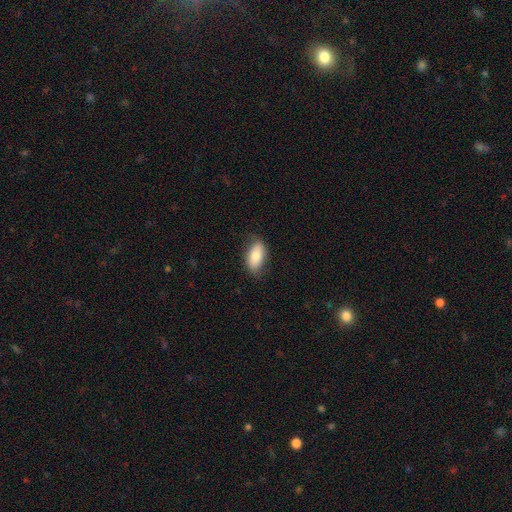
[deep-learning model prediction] Smooth or featured?
  - smooth: 77% *
  - featured or disk: 17%
  - star or artifact: 6%
How rounded?
  - in between: 91% *
  - cigar-shaped: 5%
  - round: 4%
Merging?
  - none: 77% *
  - minor disturbance: 18%
  - major disturbance: 4%
  - merger: 1%